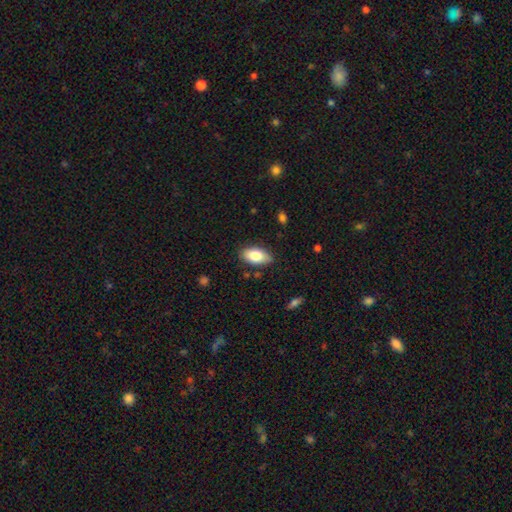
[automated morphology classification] Smooth or featured? Predicted: smooth (p=0.81). How rounded? Predicted: in between (p=0.93). Merging? Predicted: none (p=0.84).